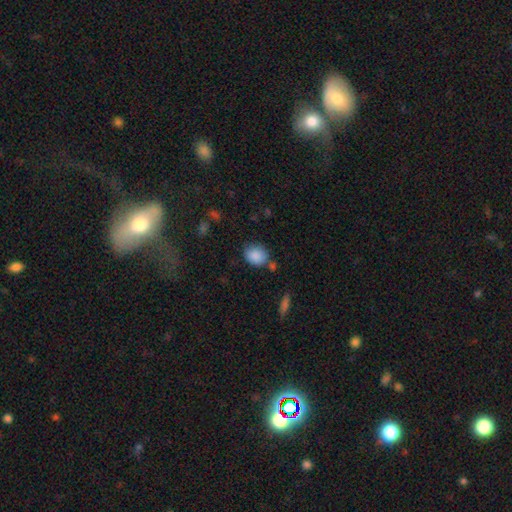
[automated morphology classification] type=smooth (87%); roundness=round (61%); merging=none (68%).